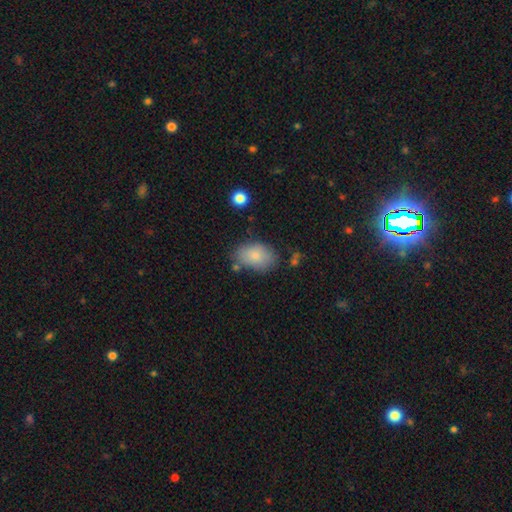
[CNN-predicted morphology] smooth 82%, featured or disk 11%, star or artifact 7%. Down the decision tree: how rounded — in between (87%); merging — none (67%).